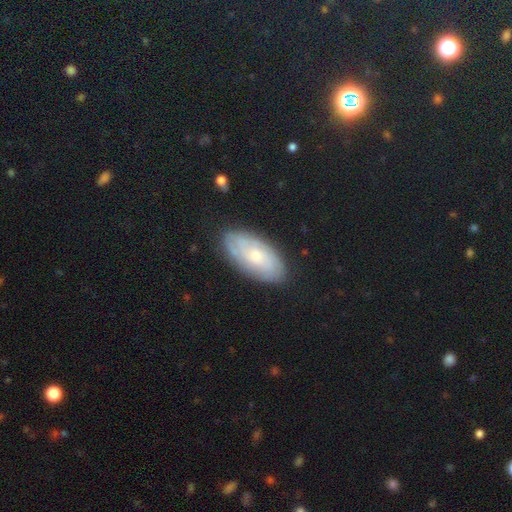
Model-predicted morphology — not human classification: Smooth or featured: featured or disk — 57% (smooth — 35%)
Edge-on disk: no — 91% (yes — 9%)
Bar: no — 80% (weak — 17%)
Spiral arms: yes — 80% (no — 20%)
Bulge size: small — 58% (moderate — 37%)
Merging: none — 81% (minor disturbance — 14%)